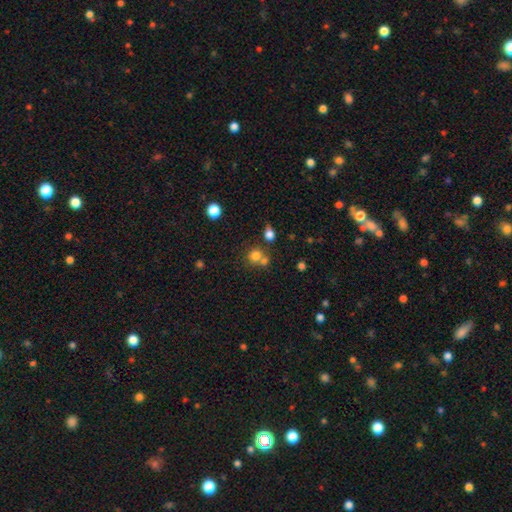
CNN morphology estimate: Q: Smooth or featured?
A: smooth (76%); runner-up: star or artifact (15%)
Q: How rounded?
A: round (83%); runner-up: in between (16%)
Q: Merging?
A: none (51%); runner-up: merger (37%)